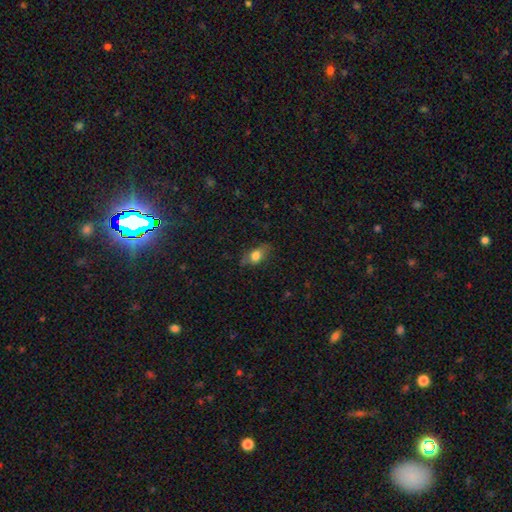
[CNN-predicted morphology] Smooth or featured? Predicted: smooth (p=0.72). How rounded? Predicted: in between (p=0.77). Merging? Predicted: none (p=0.70).